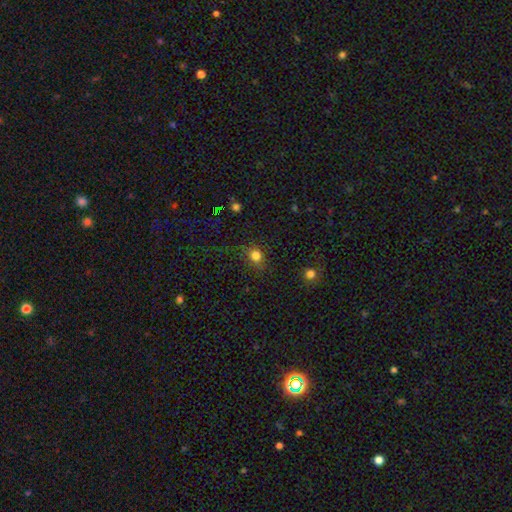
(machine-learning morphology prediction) A smooth galaxy with no disk features (77%) that is round (75%). Merging: none (78%).